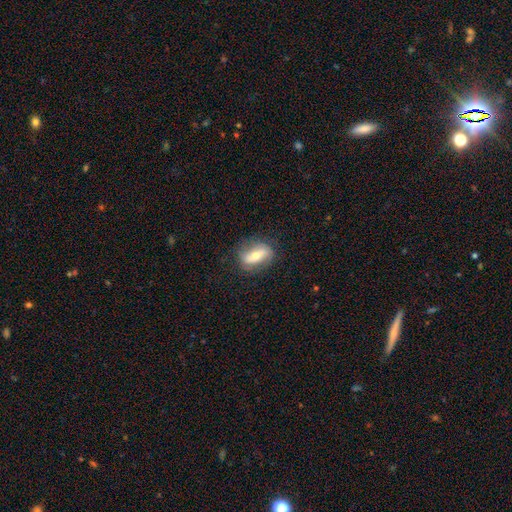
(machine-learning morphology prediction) This is possibly a smooth galaxy (49%). Merging: likely none (77%).